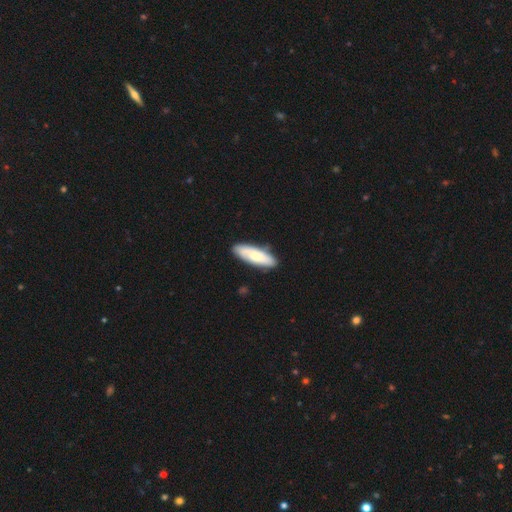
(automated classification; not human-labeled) Smooth or featured? Predicted: smooth (p=0.66). How rounded? Predicted: in between (p=0.53). Merging? Predicted: none (p=0.84).